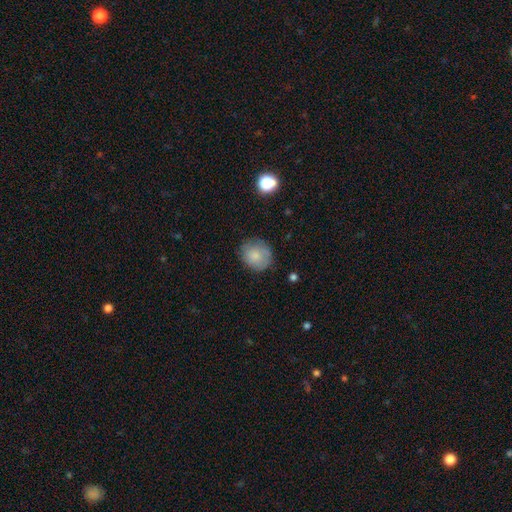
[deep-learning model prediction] A smooth galaxy with no disk features (80%) that is round (78%). Merging: none (76%).